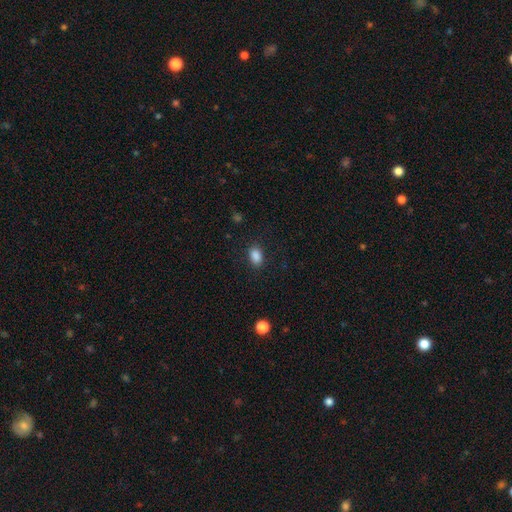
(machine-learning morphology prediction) smooth_or_featured: smooth (p=0.87) [alt: star or artifact p=0.10]
how_rounded: in between (p=0.83) [alt: round p=0.15]
merging: none (p=0.85) [alt: minor disturbance p=0.11]